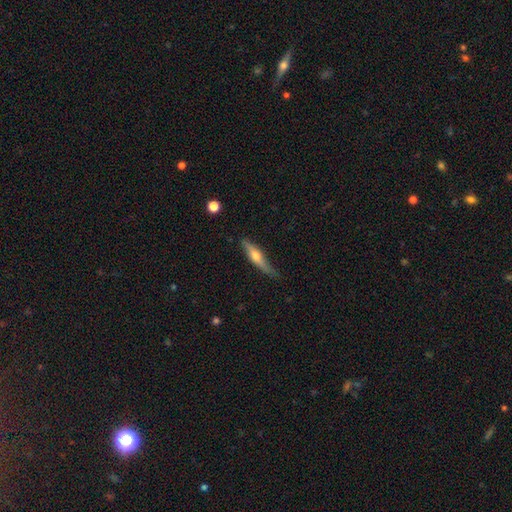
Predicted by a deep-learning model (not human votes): featured or disk 55%, smooth 40%, star or artifact 6%. Down the decision tree: edge-on disk — yes (93%); edge-on bulge — rounded (92%); merging — none (73%).